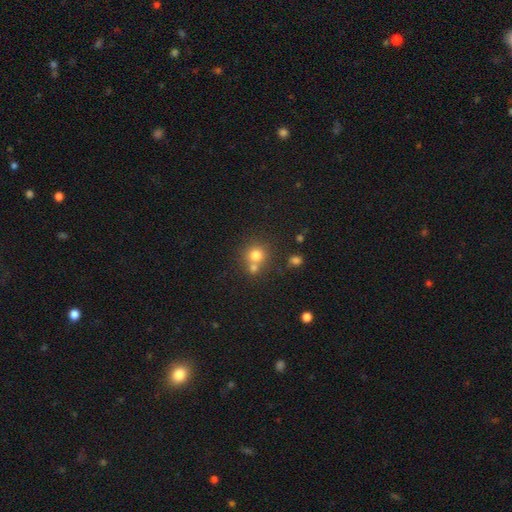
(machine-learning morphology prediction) smooth_or_featured: smooth (p=0.76) [alt: star or artifact p=0.14]
how_rounded: round (p=0.88) [alt: in between p=0.11]
merging: none (p=0.54) [alt: merger p=0.36]